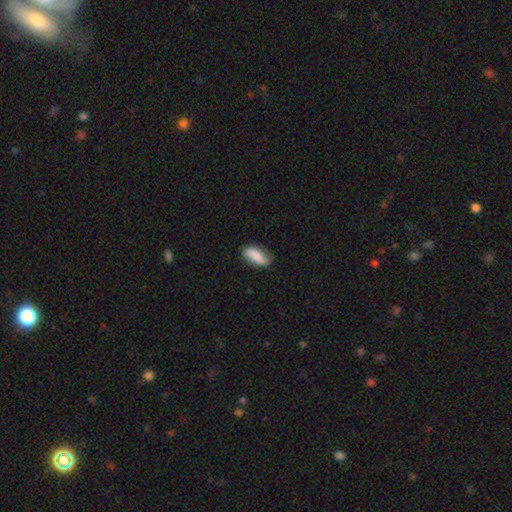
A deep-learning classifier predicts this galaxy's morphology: Overall: smooth (84%). How rounded: in between (84%). Merging: none (76%).